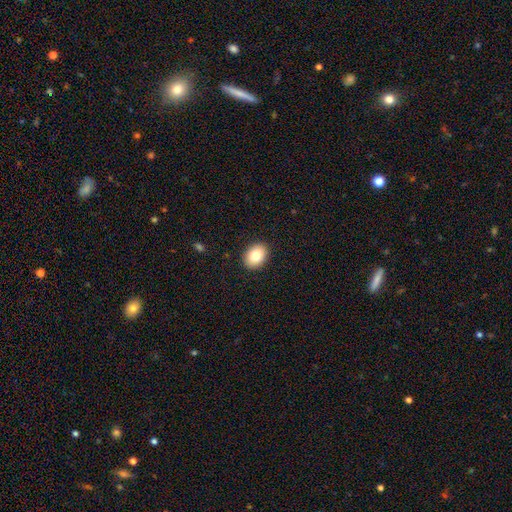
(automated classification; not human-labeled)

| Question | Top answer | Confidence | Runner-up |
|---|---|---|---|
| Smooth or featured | smooth | 82% | featured or disk (10%) |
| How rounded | in between | 72% | round (27%) |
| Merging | none | 91% | minor disturbance (7%) |